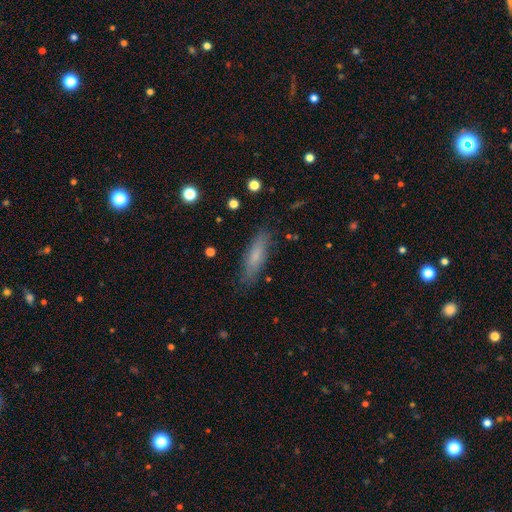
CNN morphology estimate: Smooth or featured? Predicted: smooth (p=0.71). How rounded? Predicted: cigar-shaped (p=0.63). Merging? Predicted: none (p=0.84).